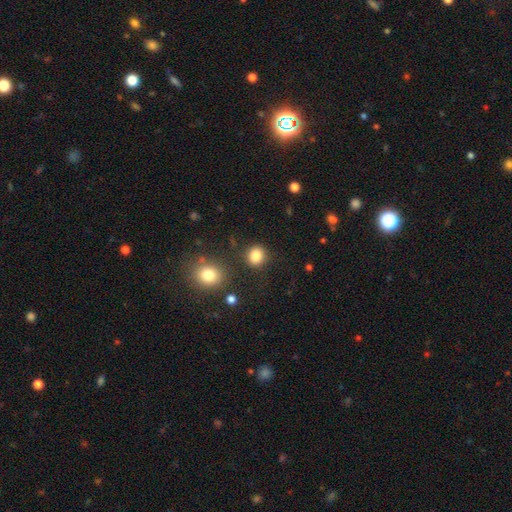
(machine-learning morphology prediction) Smooth or featured?
  - smooth: 86% *
  - star or artifact: 10%
  - featured or disk: 4%
How rounded?
  - round: 76% *
  - in between: 23%
  - cigar-shaped: 1%
Merging?
  - none: 84% *
  - minor disturbance: 9%
  - merger: 4%
  - major disturbance: 3%